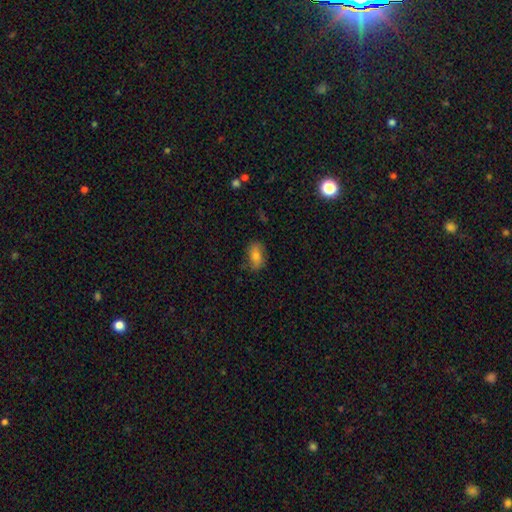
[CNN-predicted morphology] Overall: smooth (74%). How rounded: in between (87%). Merging: none (78%).